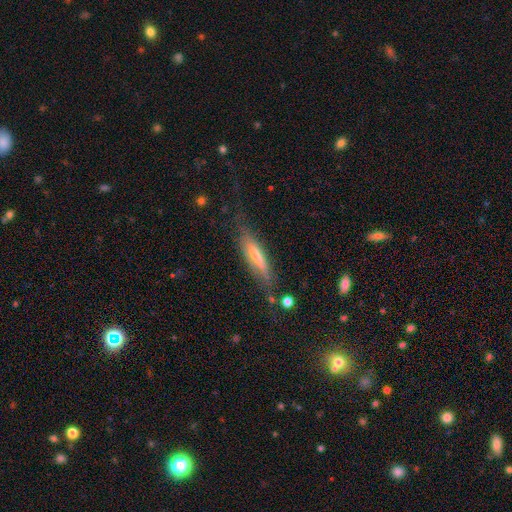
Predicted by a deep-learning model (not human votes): Smooth or featured? smooth (46%, tied with featured or disk)
Merging? none (68%)